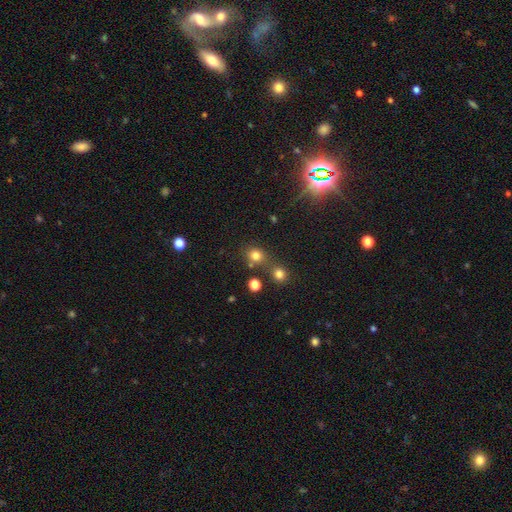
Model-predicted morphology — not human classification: Overall: smooth (76%). How rounded: round (79%). Merging: none (60%; merger 25%).